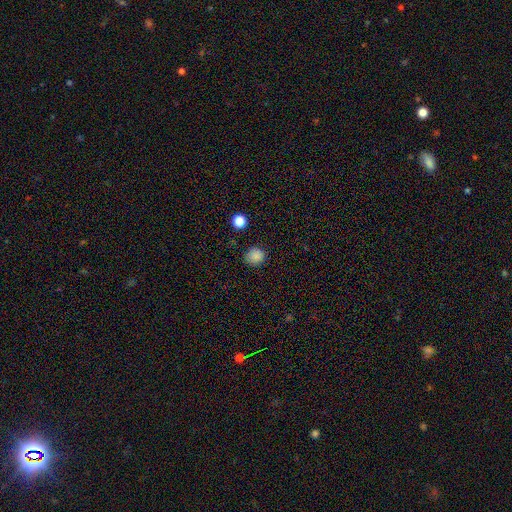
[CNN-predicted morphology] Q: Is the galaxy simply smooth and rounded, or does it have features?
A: smooth — 85%.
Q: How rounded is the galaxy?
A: round — 90%.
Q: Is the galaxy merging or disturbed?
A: none — 87%.